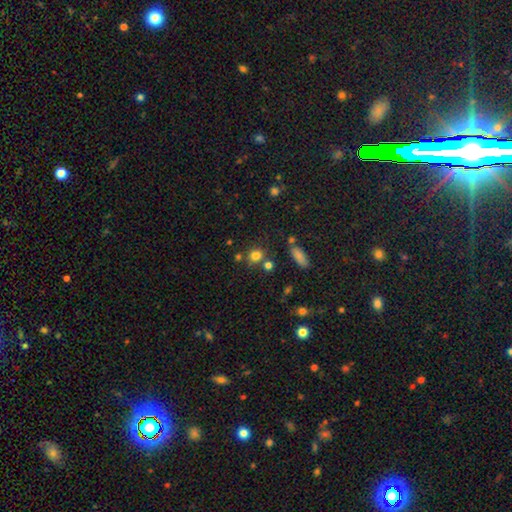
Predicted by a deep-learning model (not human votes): This is likely a smooth galaxy (78%). How rounded: likely round (77%). Merging: likely none (69%).